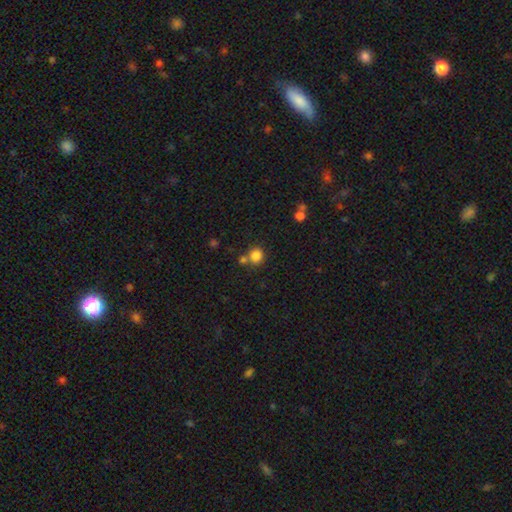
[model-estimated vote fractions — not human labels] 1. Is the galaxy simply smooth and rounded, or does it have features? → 83% smooth, 12% star or artifact, 5% featured or disk.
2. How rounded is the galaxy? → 85% round, 14% in between, 1% cigar-shaped.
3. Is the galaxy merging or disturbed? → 66% none, 22% merger, 9% minor disturbance, 3% major disturbance.